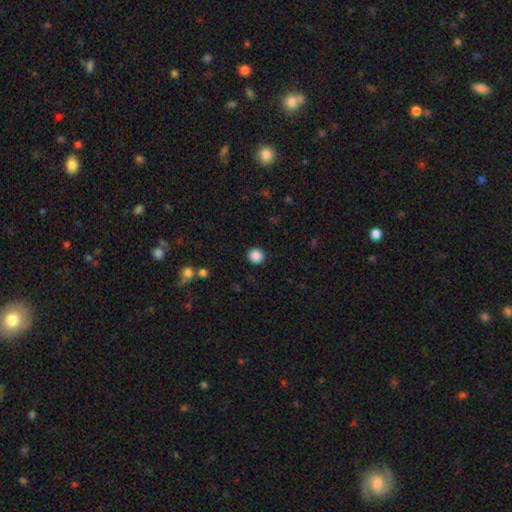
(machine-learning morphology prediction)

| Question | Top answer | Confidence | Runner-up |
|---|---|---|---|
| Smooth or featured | smooth | 87% | star or artifact (10%) |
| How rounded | round | 92% | in between (7%) |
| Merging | none | 92% | minor disturbance (5%) |